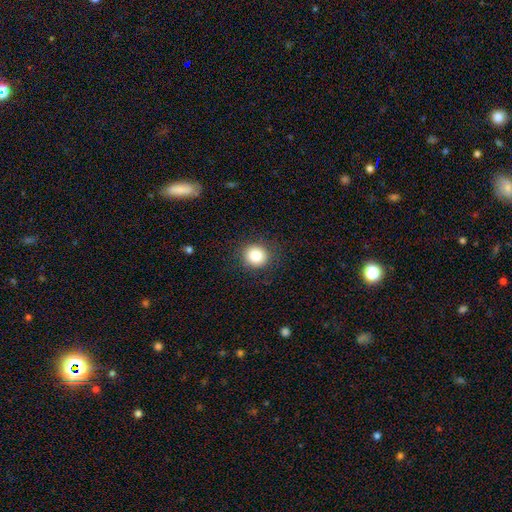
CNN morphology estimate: Smooth or featured?
  - smooth: 83% *
  - star or artifact: 10%
  - featured or disk: 7%
How rounded?
  - round: 89% *
  - in between: 10%
  - cigar-shaped: 1%
Merging?
  - none: 89% *
  - minor disturbance: 7%
  - major disturbance: 3%
  - merger: 1%